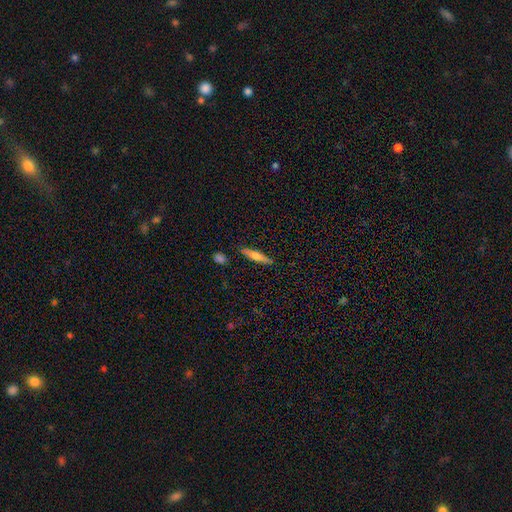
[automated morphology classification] smooth_or_featured: smooth (p=0.52) [alt: featured or disk p=0.41]
how_rounded: cigar-shaped (p=0.87) [alt: in between p=0.11]
merging: none (p=0.88) [alt: minor disturbance p=0.09]